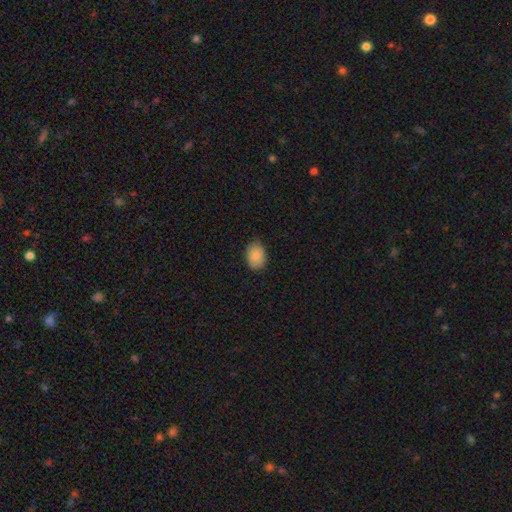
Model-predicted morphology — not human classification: smooth-or-featured: smooth: 88% | star or artifact: 7% | featured or disk: 5%
  how-rounded: in between: 71% | round: 28% | cigar-shaped: 1%
  merging: none: 80% | minor disturbance: 16% | major disturbance: 3% | merger: 1%